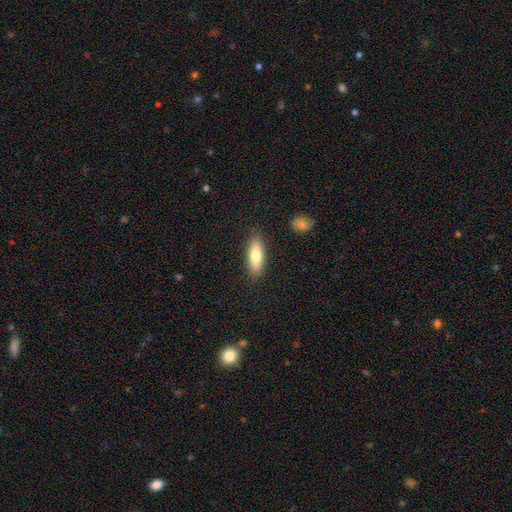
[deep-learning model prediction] The model was most divided on "how rounded": in between: 59%, cigar-shaped: 39%, round: 2%. More confident: merging — none (86%); smooth or featured — smooth (75%).